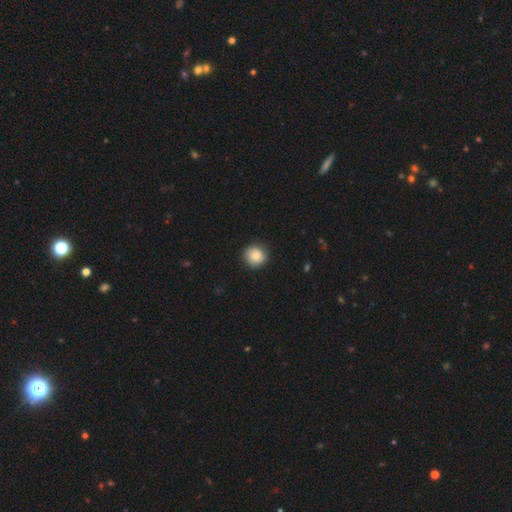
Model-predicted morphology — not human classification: The model was most divided on "smooth or featured": smooth: 80%, featured or disk: 12%, star or artifact: 8%. More confident: how rounded — round (92%); merging — none (87%).